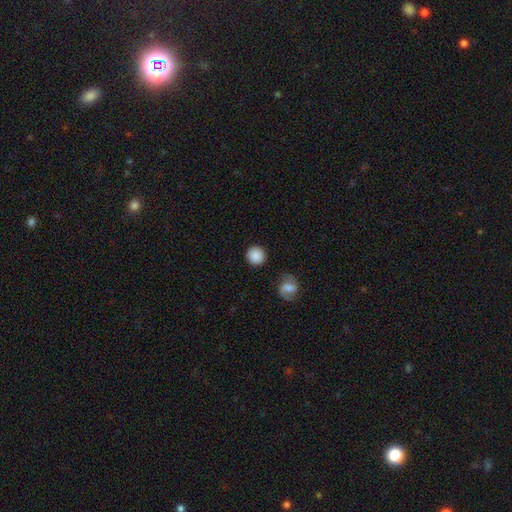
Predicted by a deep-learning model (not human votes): This is clearly a smooth galaxy (85%). How rounded: clearly round (93%). Merging: clearly none (87%).